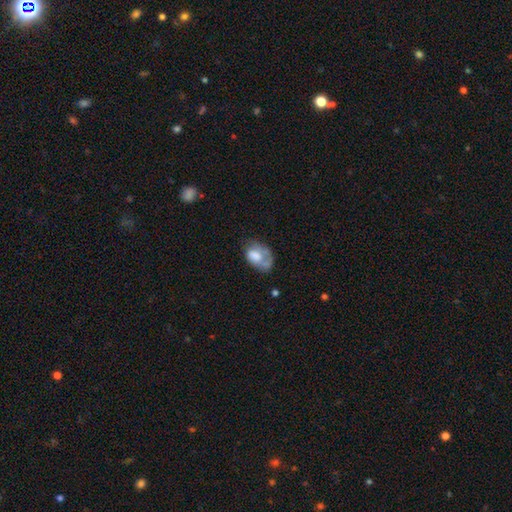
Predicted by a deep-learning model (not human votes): Smooth or featured?
  - smooth: 56% *
  - featured or disk: 36%
  - star or artifact: 8%
How rounded?
  - in between: 84% *
  - round: 15%
  - cigar-shaped: 1%
Merging?
  - none: 36% *
  - minor disturbance: 29%
  - major disturbance: 29%
  - merger: 6%